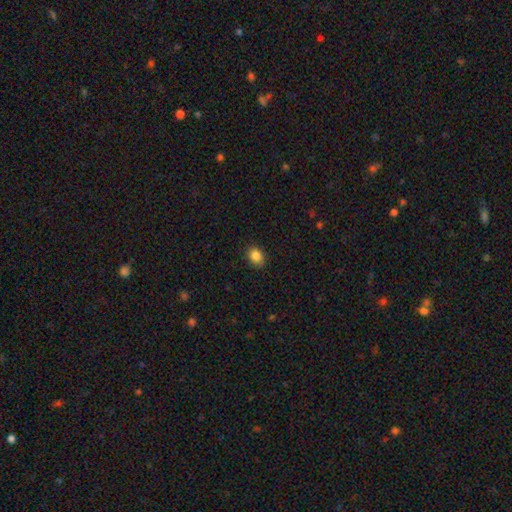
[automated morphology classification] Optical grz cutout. It shows a smooth galaxy with no disk features (86%) that is round (50%). Merging: none (86%).